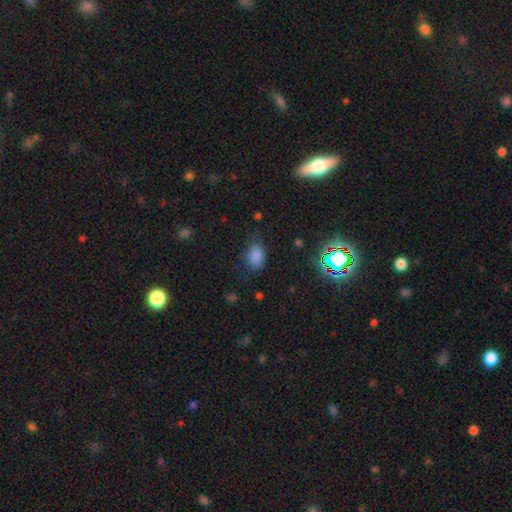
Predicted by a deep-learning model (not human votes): Morphology: type=smooth (81%); roundness=in between (78%); merging=none (69%).